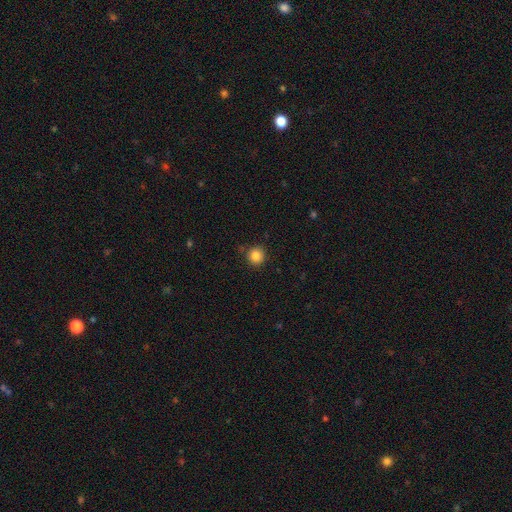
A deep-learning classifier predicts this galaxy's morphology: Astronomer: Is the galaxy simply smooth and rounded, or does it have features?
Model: smooth — 85%.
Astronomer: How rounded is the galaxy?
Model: round — 93%.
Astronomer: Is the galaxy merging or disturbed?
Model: none — 86%.